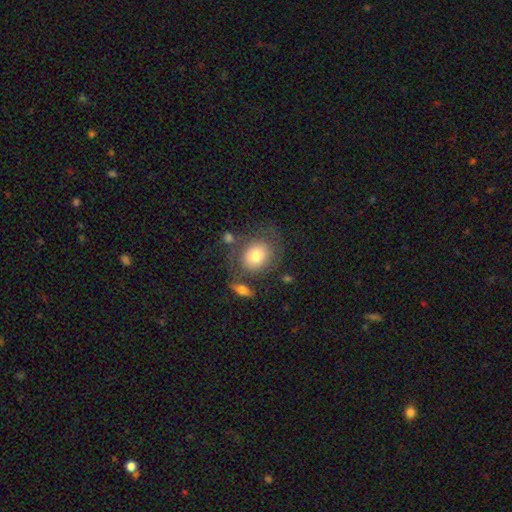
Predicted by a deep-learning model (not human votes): smooth_or_featured: smooth (p=0.70) [alt: featured or disk p=0.22]
how_rounded: round (p=0.64) [alt: in between p=0.35]
merging: none (p=0.62) [alt: minor disturbance p=0.18]